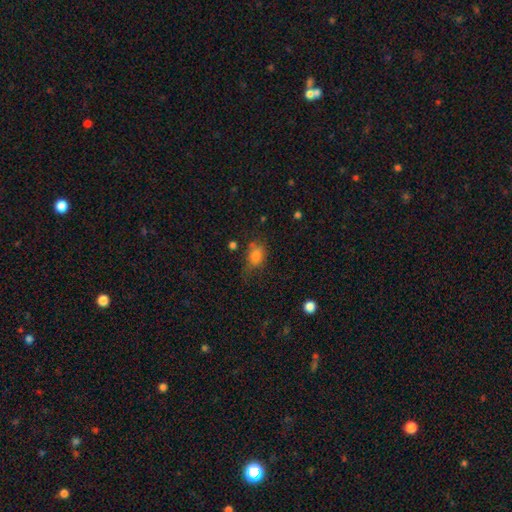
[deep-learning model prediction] Q: Smooth or featured?
A: smooth (76%); runner-up: star or artifact (13%)
Q: How rounded?
A: in between (72%); runner-up: round (26%)
Q: Merging?
A: none (51%); runner-up: minor disturbance (29%)